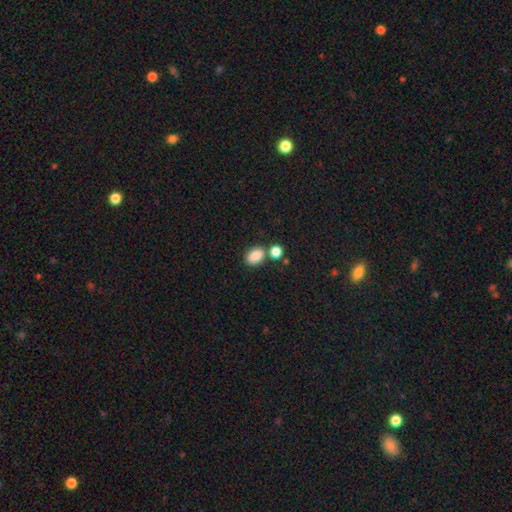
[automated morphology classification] Smooth or featured? Predicted: smooth (p=0.86). How rounded? Predicted: in between (p=0.80). Merging? Predicted: none (p=0.64).